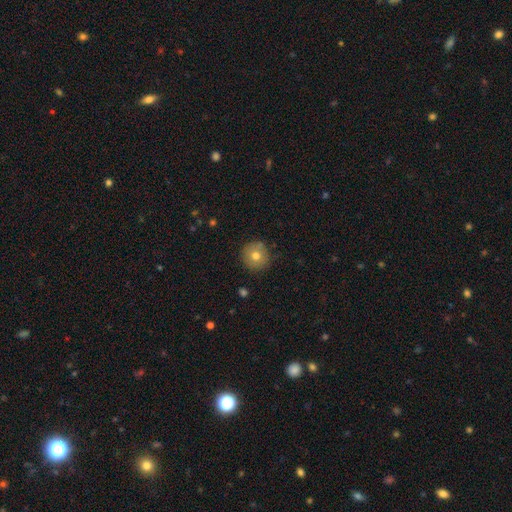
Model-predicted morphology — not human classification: This is likely a smooth galaxy (73%). How rounded: clearly round (95%). Merging: clearly none (87%).